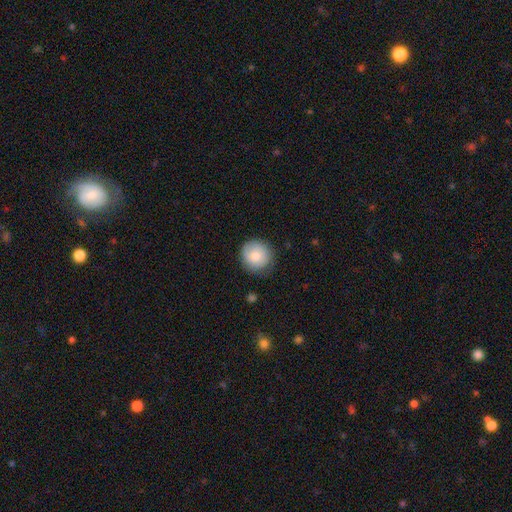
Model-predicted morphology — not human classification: smooth 78%, featured or disk 15%, star or artifact 7%. Down the decision tree: how rounded — round (93%); merging — none (82%).